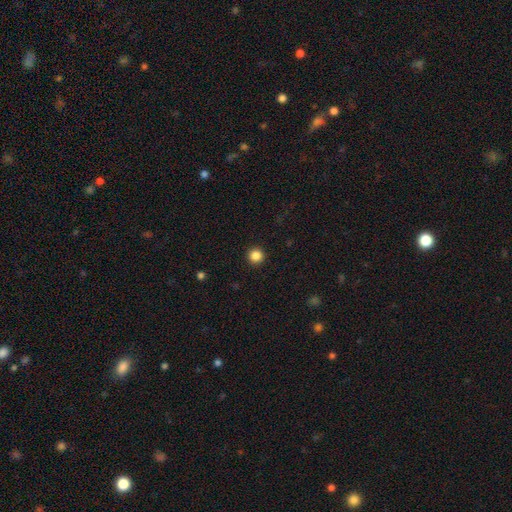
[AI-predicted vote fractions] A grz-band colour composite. It shows a smooth galaxy with no disk features (86%) that is round (96%). Merging: none (93%).